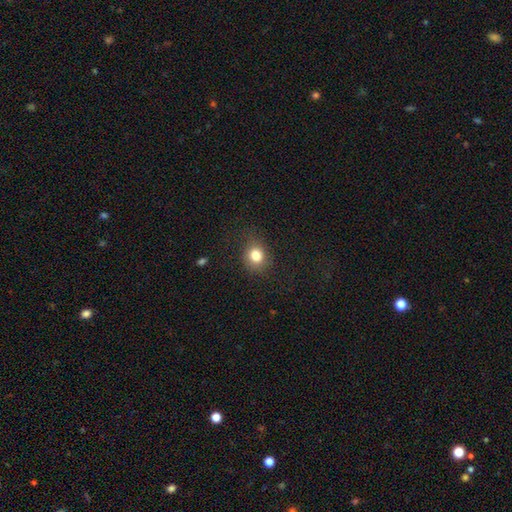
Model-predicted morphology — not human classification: The model was most divided on "how rounded": round: 72%, in between: 27%, cigar-shaped: 1%. More confident: smooth or featured — smooth (82%); merging — none (77%).